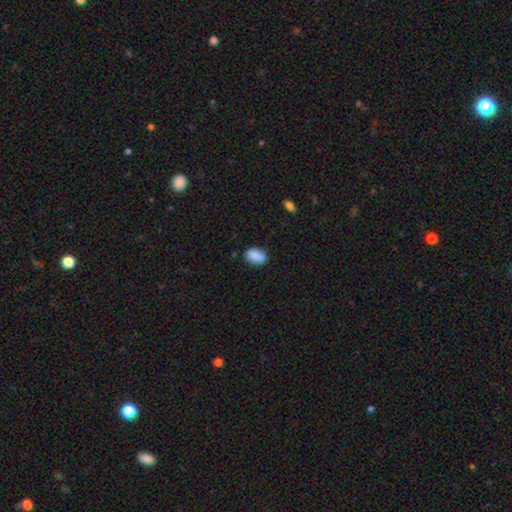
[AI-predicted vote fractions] Morphology: type=smooth (88%); roundness=in between (85%); merging=none (76%).